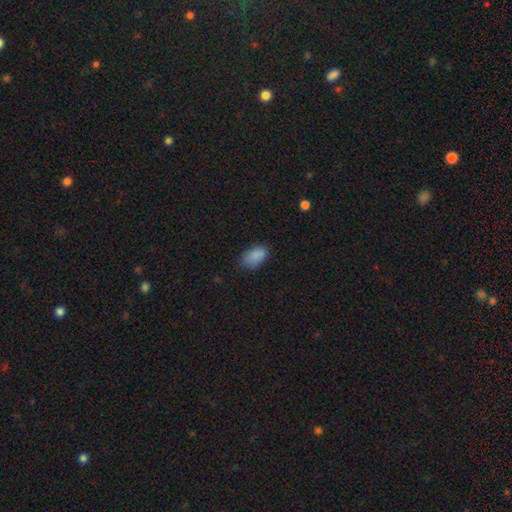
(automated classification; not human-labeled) A smooth galaxy with no disk features (87%) that is in between round and cigar-shaped (91%). Merging: none (73%).